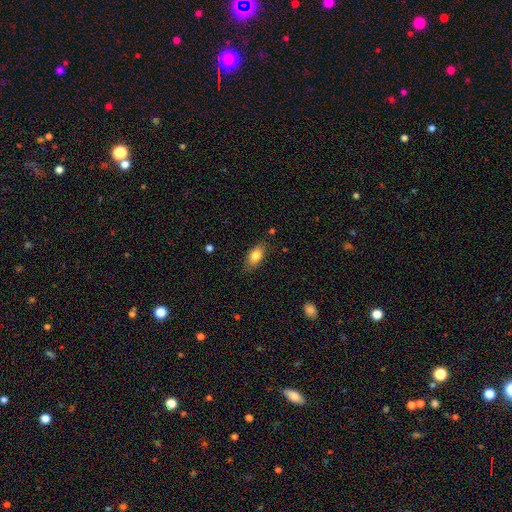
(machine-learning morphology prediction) Overall: smooth (80%). How rounded: in between (87%). Merging: none (80%).